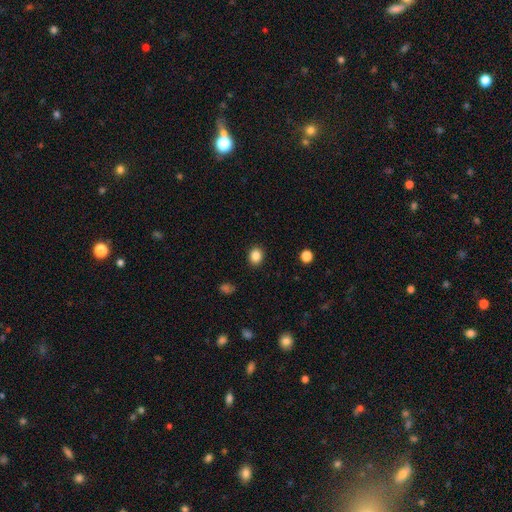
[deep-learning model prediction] smooth_or_featured: smooth (p=0.85) [alt: star or artifact p=0.11]
how_rounded: round (p=0.65) [alt: in between p=0.34]
merging: none (p=0.90) [alt: minor disturbance p=0.07]